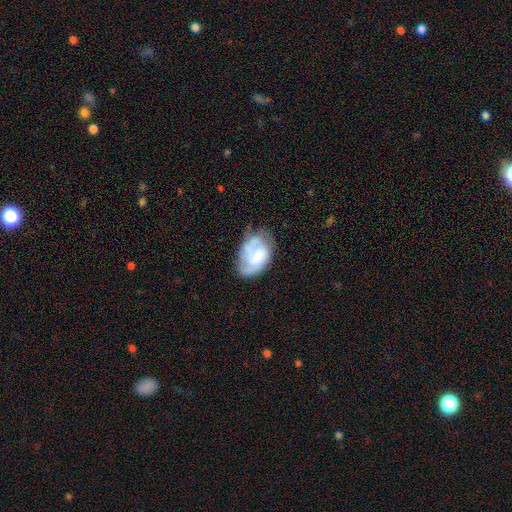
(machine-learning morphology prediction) smooth-or-featured: featured or disk: 51% | smooth: 42% | star or artifact: 7%
  disk-edge-on: no: 97% | yes: 3%
  merging: none: 46% | minor disturbance: 32% | major disturbance: 17% | merger: 4%